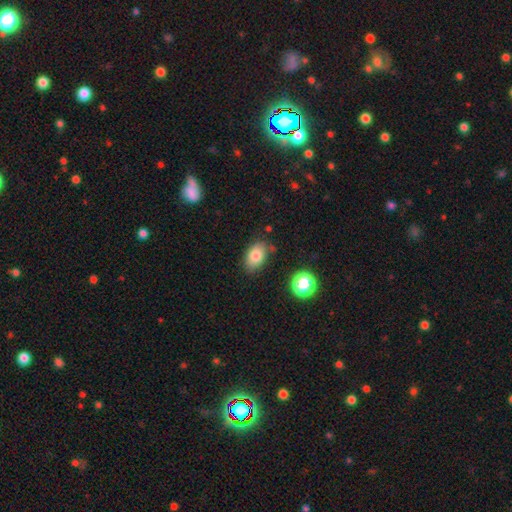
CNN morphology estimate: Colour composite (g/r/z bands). It shows a smooth galaxy with no disk features (81%) that is in between round and cigar-shaped (86%). Merging: none (79%).